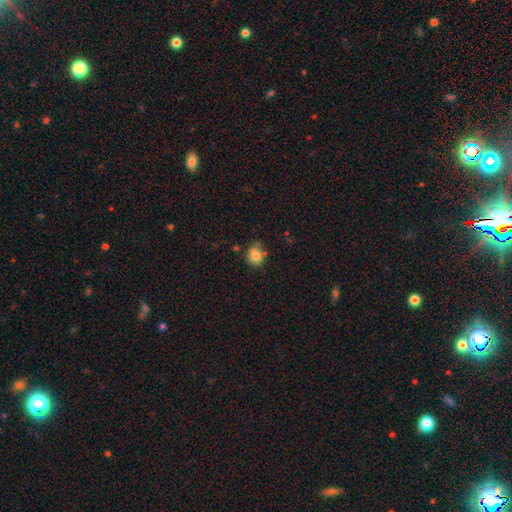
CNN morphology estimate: A smooth galaxy with no disk features (81%) that is round (80%). Merging: none (70%).